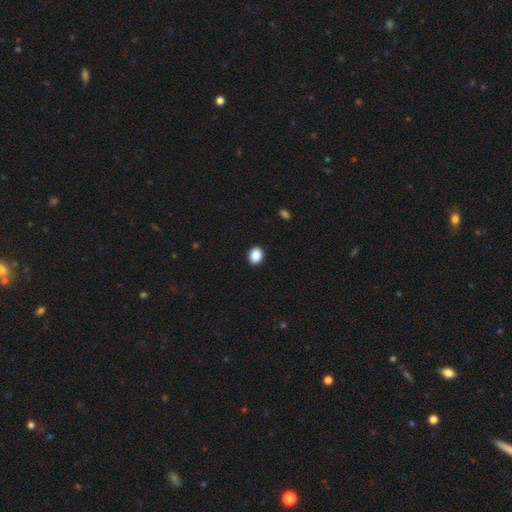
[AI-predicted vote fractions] This appears to be a smooth galaxy with no disk features (89%) that is round (55%). Merging: none (91%).